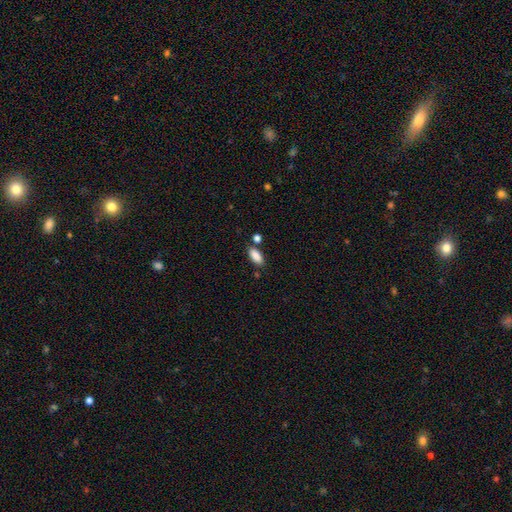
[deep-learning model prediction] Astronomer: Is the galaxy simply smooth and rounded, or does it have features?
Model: smooth — 88%.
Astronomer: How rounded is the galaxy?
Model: in between — 89%.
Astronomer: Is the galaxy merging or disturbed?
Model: none — 75%.